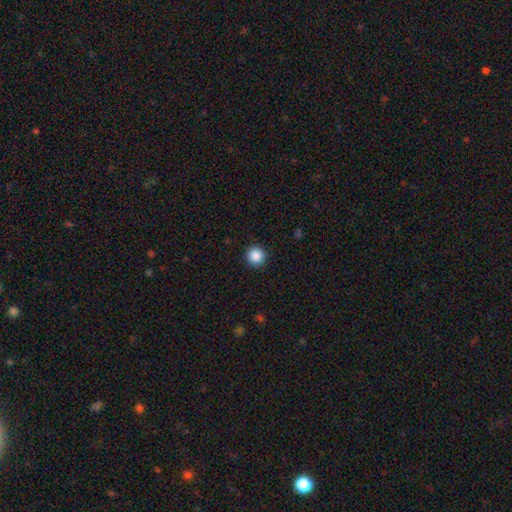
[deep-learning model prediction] A smooth galaxy with no disk features (88%) that is round (96%). Merging: none (93%).